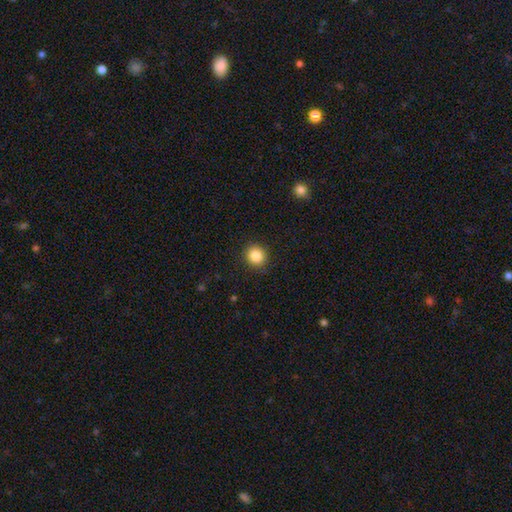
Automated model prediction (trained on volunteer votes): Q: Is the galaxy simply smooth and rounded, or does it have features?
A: smooth — 86%.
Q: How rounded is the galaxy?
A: round — 83%.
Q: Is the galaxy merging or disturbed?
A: none — 90%.